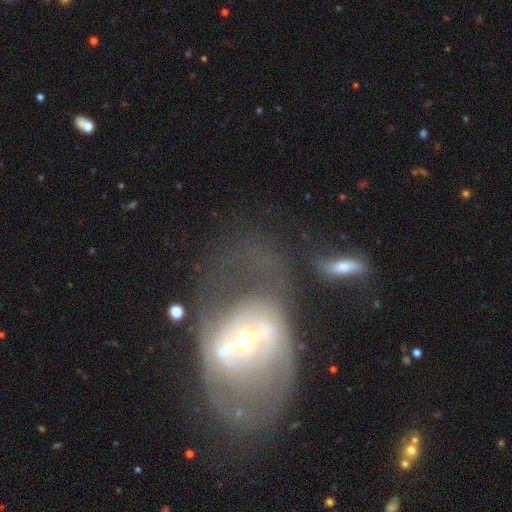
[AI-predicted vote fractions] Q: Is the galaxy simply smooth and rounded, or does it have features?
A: featured or disk — 65%.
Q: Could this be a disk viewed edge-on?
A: no — 92%.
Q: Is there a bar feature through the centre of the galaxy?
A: no — 45%.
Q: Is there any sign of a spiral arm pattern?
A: no — 60%.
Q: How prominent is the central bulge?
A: small — 52%.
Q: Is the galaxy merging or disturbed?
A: major disturbance — 31%, tied with none.